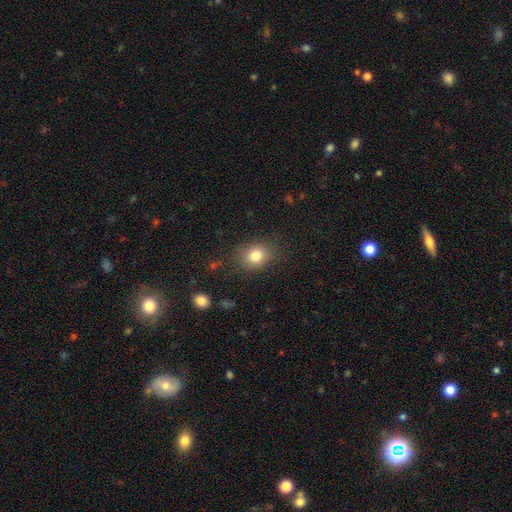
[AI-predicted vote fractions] The model was most divided on "how rounded": round: 51%, in between: 48%, cigar-shaped: 1%. More confident: merging — none (83%); smooth or featured — smooth (80%).